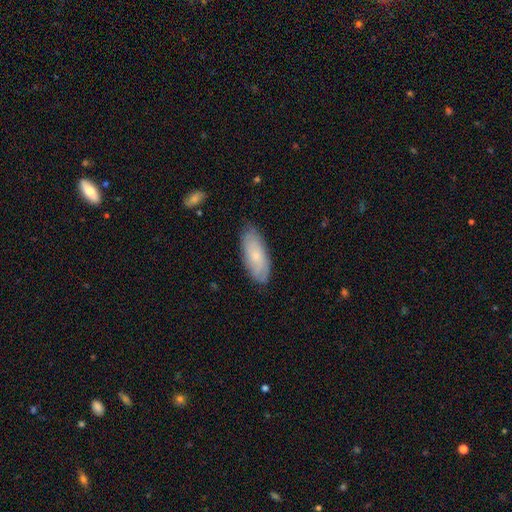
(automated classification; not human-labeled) smooth 61%, featured or disk 33%, star or artifact 7%. Down the decision tree: how rounded — in between (77%); merging — none (80%).